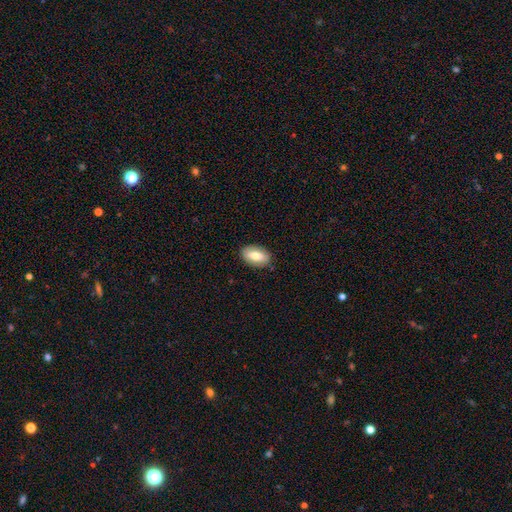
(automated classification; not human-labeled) Morphology: type=smooth (72%); roundness=in between (92%); merging=none (86%).